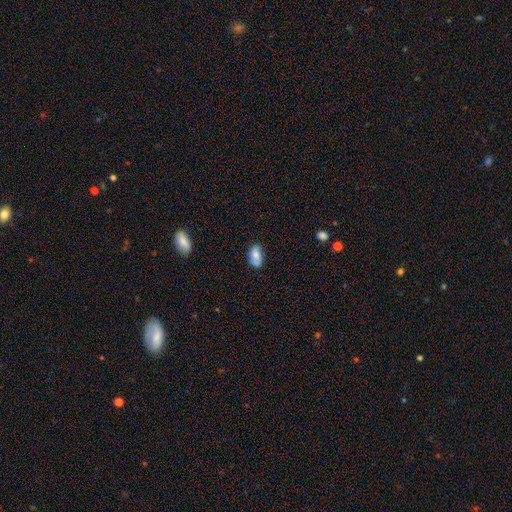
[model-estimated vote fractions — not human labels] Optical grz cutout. It shows a smooth galaxy with no disk features (69%) that is in between round and cigar-shaped (91%). Merging: none (68%).